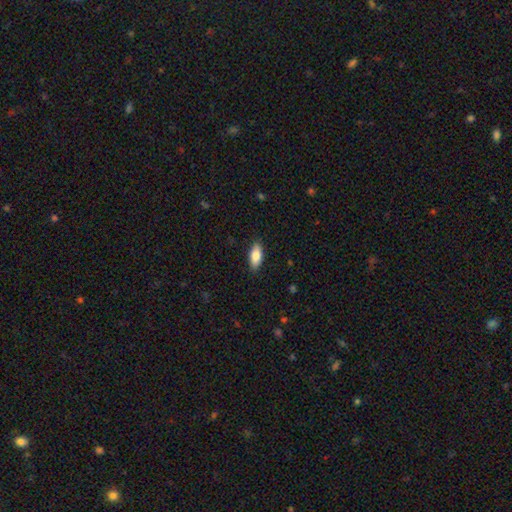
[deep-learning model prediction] smooth-or-featured: smooth: 80% | featured or disk: 13% | star or artifact: 6%
  how-rounded: in between: 83% | cigar-shaped: 14% | round: 2%
  merging: none: 88% | minor disturbance: 9% | major disturbance: 2% | merger: 1%